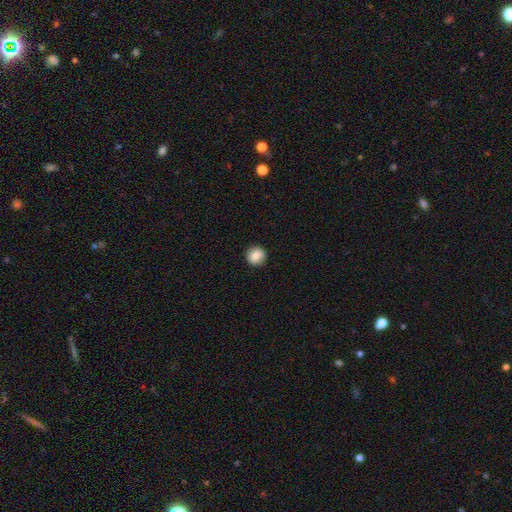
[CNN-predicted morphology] This is clearly a smooth galaxy (84%). How rounded: clearly round (92%). Merging: clearly none (91%).